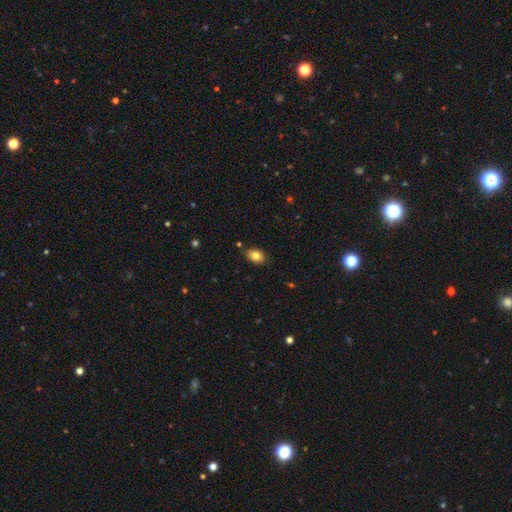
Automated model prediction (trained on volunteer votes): Overall: smooth (84%). How rounded: in between (79%). Merging: none (80%).